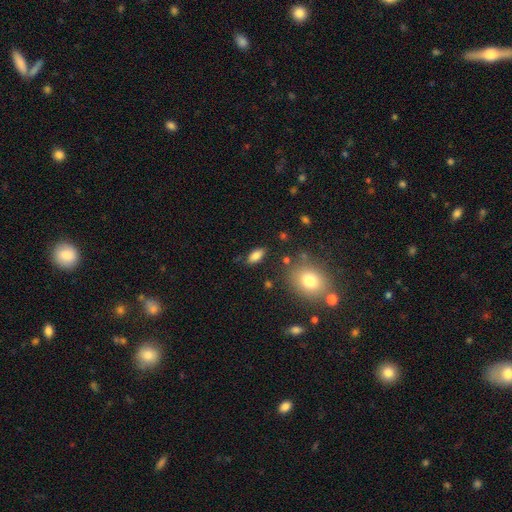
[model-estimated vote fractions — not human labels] This is clearly a smooth galaxy (82%). How rounded: clearly in between (84%). Merging: clearly none (83%).